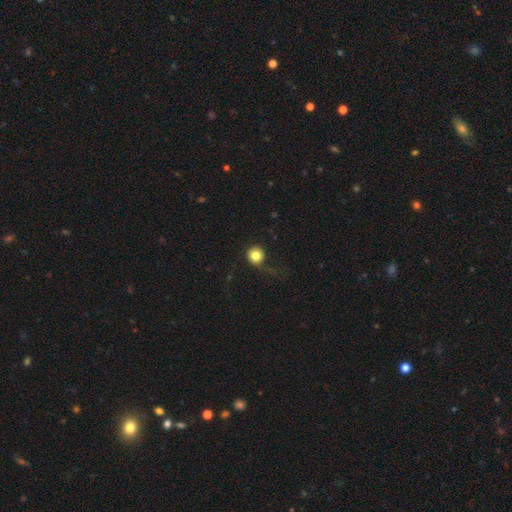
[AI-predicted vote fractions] Smooth or featured: smooth — 80% (featured or disk — 10%)
How rounded: round — 90% (in between — 9%)
Merging: none — 59% (minor disturbance — 20%)